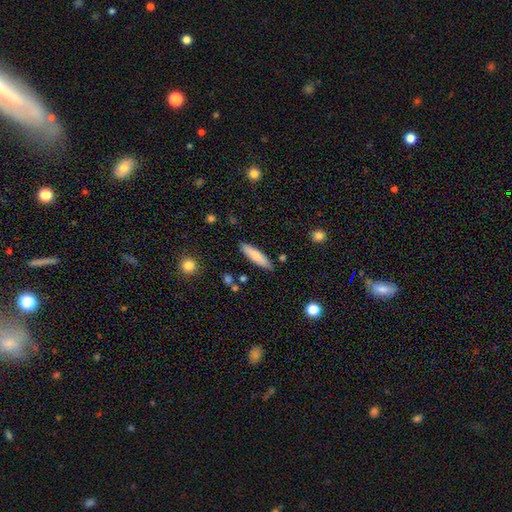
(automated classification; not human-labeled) A smooth galaxy with no disk features (72%) that is cigar-shaped (76%).

Vote fractions:
- Smooth or featured? smooth: 72% / featured or disk: 22% / star or artifact: 6%
- How rounded? cigar-shaped: 76% / in between: 23% / round: 2%
- Merging? none: 86% / minor disturbance: 10% / merger: 2% / major disturbance: 2%